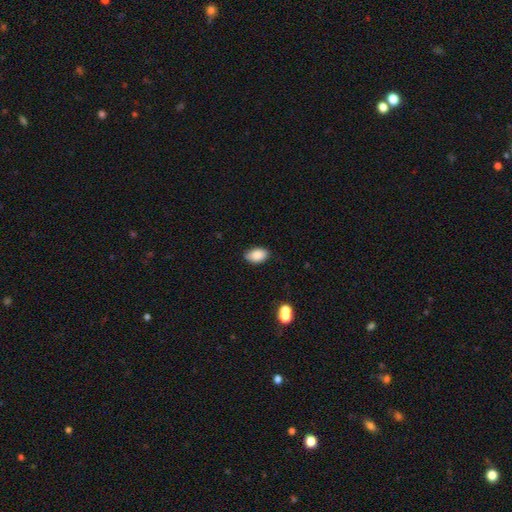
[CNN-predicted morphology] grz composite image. It shows a smooth galaxy with no disk features (86%) that is in between round and cigar-shaped (92%). Merging: none (81%).